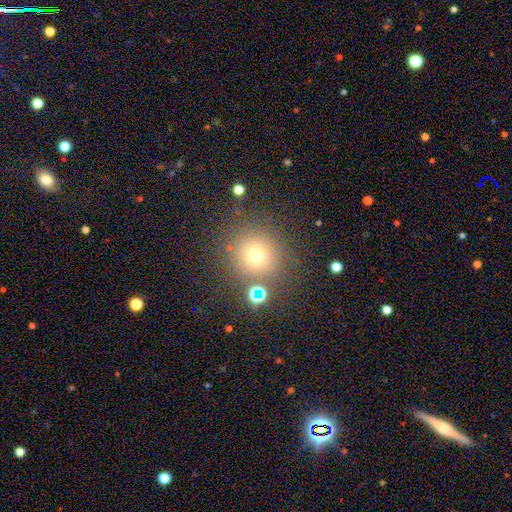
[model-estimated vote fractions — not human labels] Morphology: type=smooth (68%); roundness=round (93%); merging=none (81%).